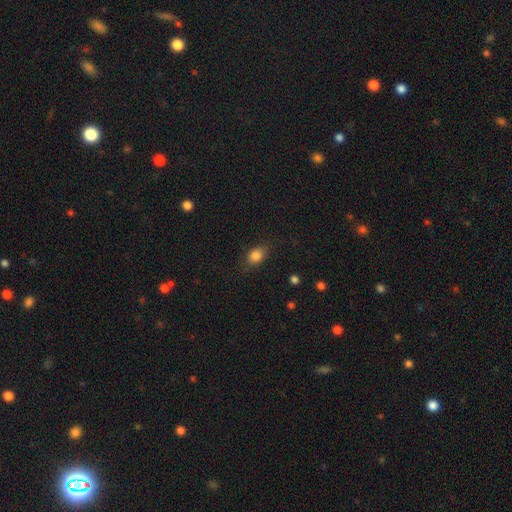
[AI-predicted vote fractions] Smooth or featured? smooth (83%)
How rounded? in between (70%)
Merging? none (78%)